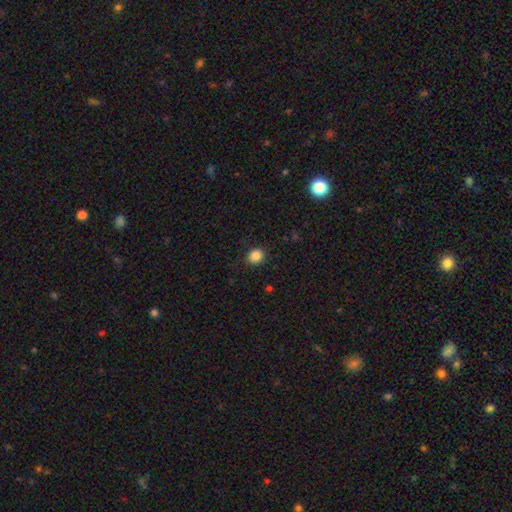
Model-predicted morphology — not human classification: A smooth galaxy with no disk features (86%) that is round (80%).

Vote fractions:
- Smooth or featured? smooth: 86% / star or artifact: 10% / featured or disk: 4%
- How rounded? round: 80% / in between: 19% / cigar-shaped: 1%
- Merging? none: 89% / minor disturbance: 8% / major disturbance: 2% / merger: 1%